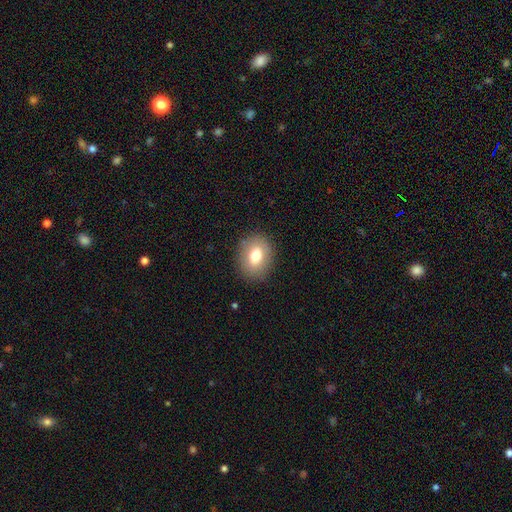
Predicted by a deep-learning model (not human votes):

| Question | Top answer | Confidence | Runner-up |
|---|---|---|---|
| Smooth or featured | smooth | 74% | featured or disk (17%) |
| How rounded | in between | 60% | round (39%) |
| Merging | none | 86% | minor disturbance (10%) |